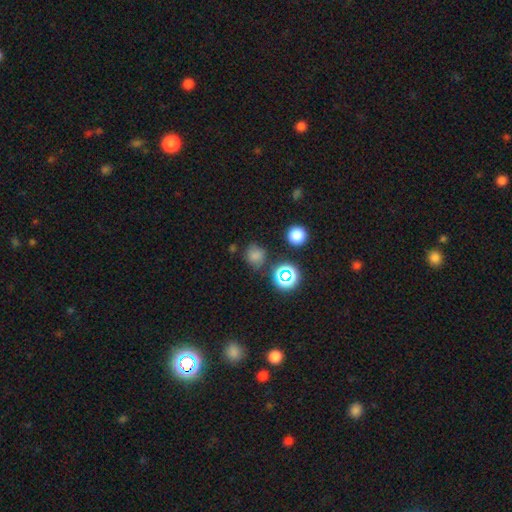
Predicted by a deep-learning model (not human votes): The model was most divided on "smooth or featured": smooth: 69%, star or artifact: 24%, featured or disk: 7%. More confident: how rounded — round (80%); merging — none (71%).